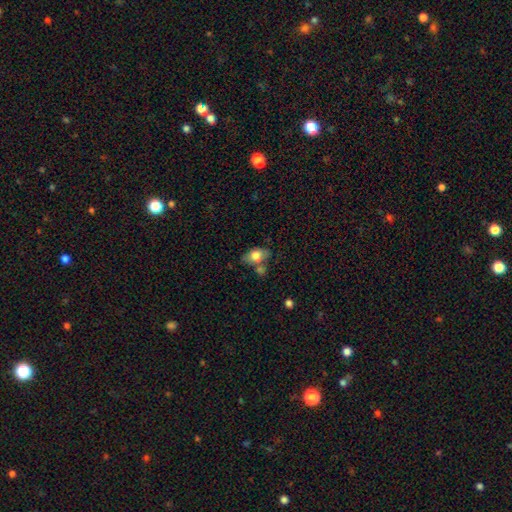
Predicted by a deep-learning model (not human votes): smooth_or_featured: smooth (p=0.73) [alt: featured or disk p=0.19]
how_rounded: in between (p=0.82) [alt: round p=0.16]
merging: none (p=0.53) [alt: merger p=0.21]